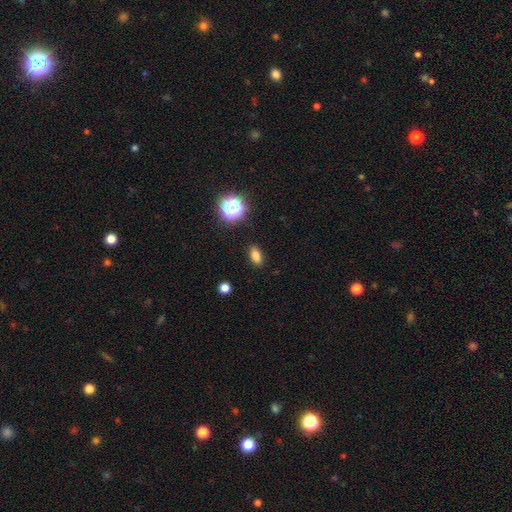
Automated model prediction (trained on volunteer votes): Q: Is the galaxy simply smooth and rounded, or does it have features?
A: smooth — 81%.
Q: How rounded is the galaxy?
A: in between — 82%.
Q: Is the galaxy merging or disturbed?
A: none — 89%.